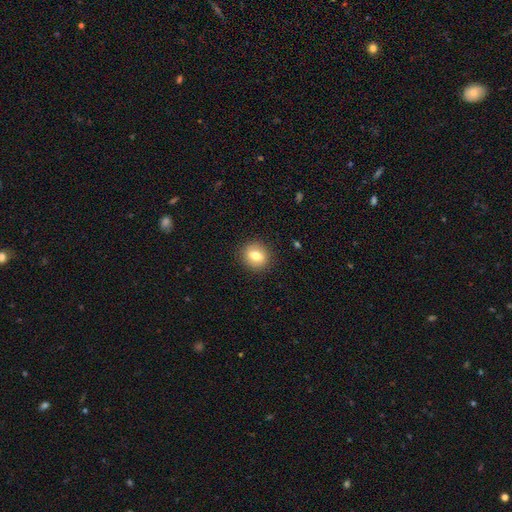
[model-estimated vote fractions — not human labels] Smooth or featured? Predicted: smooth (p=0.74). How rounded? Predicted: round (p=0.75). Merging? Predicted: none (p=0.90).